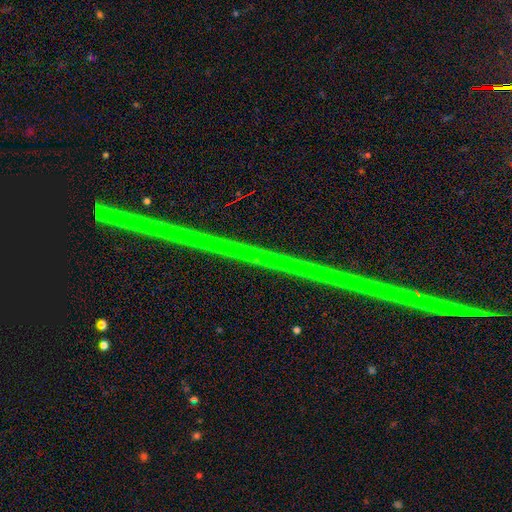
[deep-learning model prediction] Smooth or featured? star or artifact (90%)